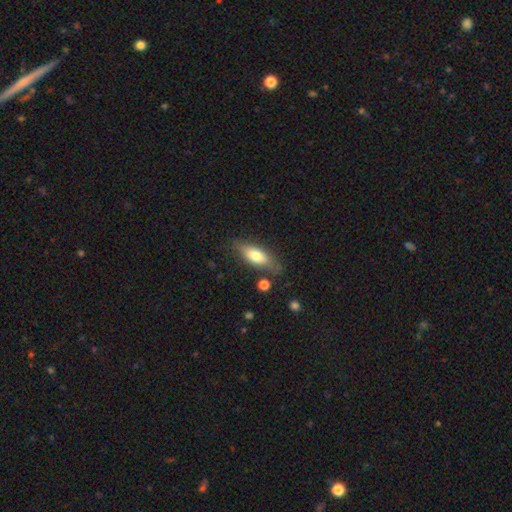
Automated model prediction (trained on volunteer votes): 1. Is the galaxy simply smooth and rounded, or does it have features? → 68% smooth, 25% featured or disk, 6% star or artifact.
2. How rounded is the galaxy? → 64% in between, 33% cigar-shaped, 3% round.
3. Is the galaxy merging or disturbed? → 75% none, 17% minor disturbance, 4% major disturbance, 3% merger.